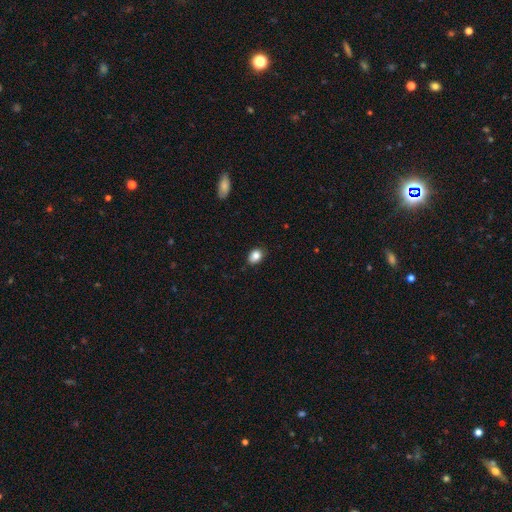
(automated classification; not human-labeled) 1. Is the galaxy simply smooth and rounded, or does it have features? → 86% smooth, 9% star or artifact, 5% featured or disk.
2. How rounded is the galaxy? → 71% in between, 28% round, 1% cigar-shaped.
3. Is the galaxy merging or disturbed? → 83% none, 14% minor disturbance, 2% major disturbance, 1% merger.